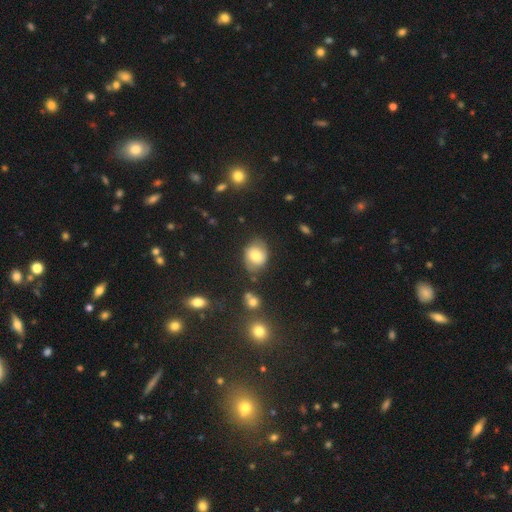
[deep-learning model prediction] smooth 69%, featured or disk 22%, star or artifact 10%. Down the decision tree: how rounded — round (53%); merging — none (69%).